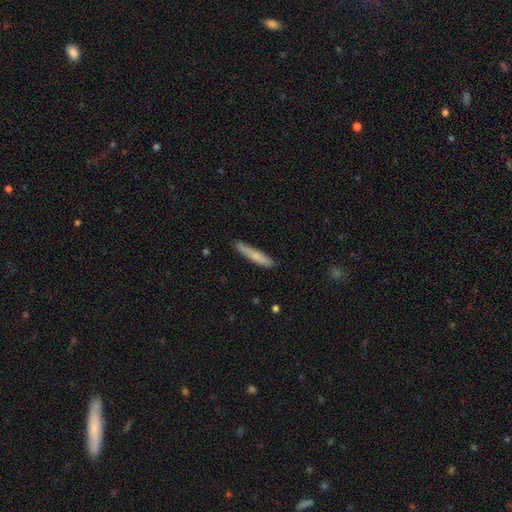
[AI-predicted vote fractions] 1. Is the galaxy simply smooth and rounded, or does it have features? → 73% smooth, 21% featured or disk, 6% star or artifact.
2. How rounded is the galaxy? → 92% cigar-shaped, 7% in between, 1% round.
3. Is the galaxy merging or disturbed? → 82% none, 14% minor disturbance, 2% major disturbance, 2% merger.